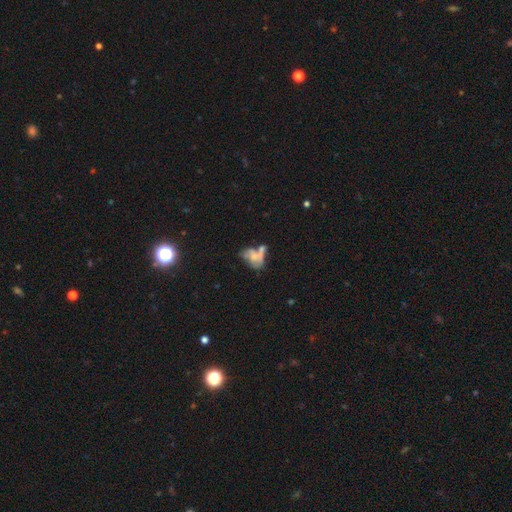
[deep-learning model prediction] featured or disk 44%, smooth 41%, star or artifact 15%. Down the decision tree: merging — merger (41%).